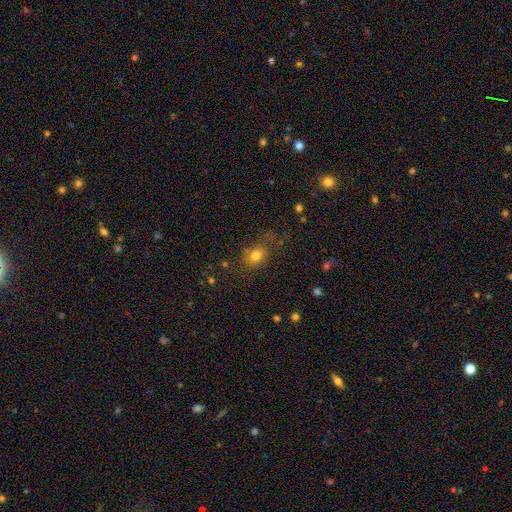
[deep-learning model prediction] Smooth or featured: smooth — 75% (star or artifact — 15%)
How rounded: round — 52% (in between — 46%)
Merging: none — 67% (minor disturbance — 19%)